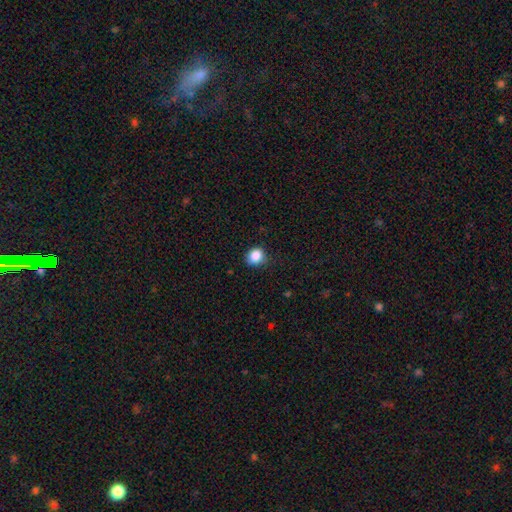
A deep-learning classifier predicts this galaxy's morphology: Smooth or featured?
  - smooth: 86% *
  - star or artifact: 10%
  - featured or disk: 4%
How rounded?
  - round: 74% *
  - in between: 25%
  - cigar-shaped: 1%
Merging?
  - none: 78% *
  - minor disturbance: 18%
  - major disturbance: 4%
  - merger: 1%